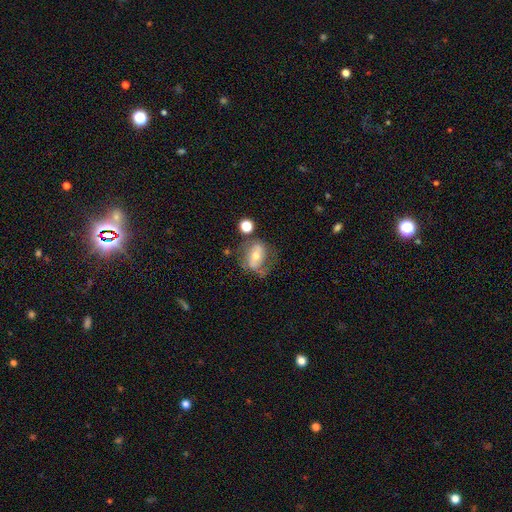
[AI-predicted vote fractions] This is possibly a featured or disk galaxy (57%). It is clearly not viewed edge-on (93%). Bar: marginally no (39%). Spiral arm pattern: possibly yes (57%). Central bulge: possibly moderate (60%). Merging: possibly none (49%).